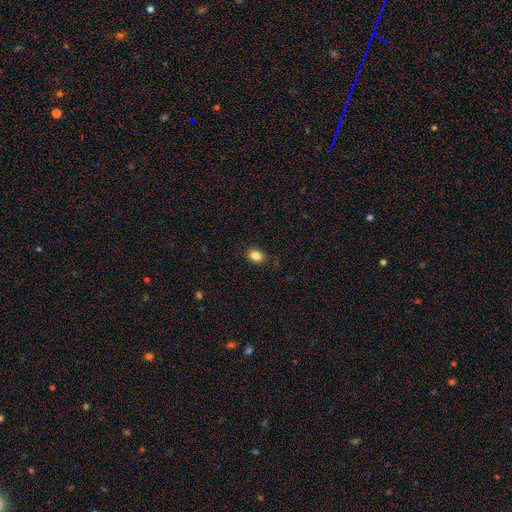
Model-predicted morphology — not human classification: Q: Smooth or featured?
A: smooth (85%); runner-up: star or artifact (10%)
Q: How rounded?
A: in between (70%); runner-up: round (29%)
Q: Merging?
A: none (89%); runner-up: minor disturbance (8%)